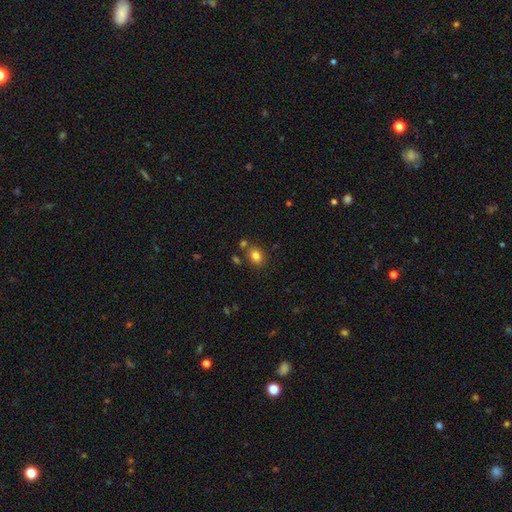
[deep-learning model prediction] The model was most divided on "how rounded": in between: 54%, round: 45%, cigar-shaped: 1%. More confident: smooth or featured — smooth (81%); merging — none (75%).